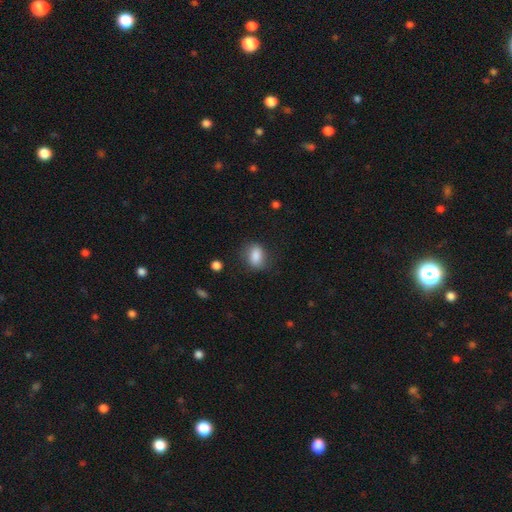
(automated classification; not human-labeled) This is clearly a smooth galaxy (84%). How rounded: likely in between (76%). Merging: likely none (72%).